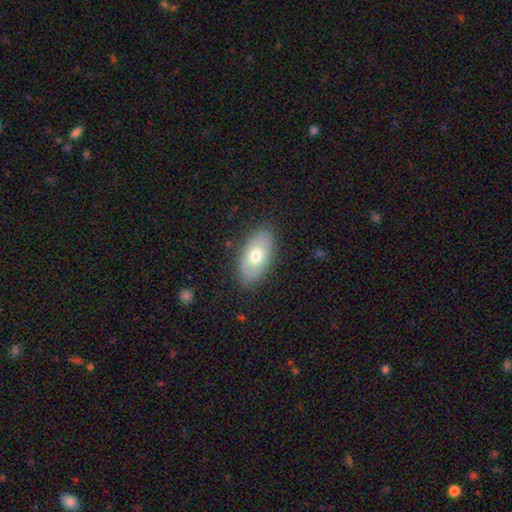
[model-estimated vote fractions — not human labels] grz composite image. It shows a smooth galaxy with no disk features (67%) that is in between round and cigar-shaped (93%). Merging: none (83%).